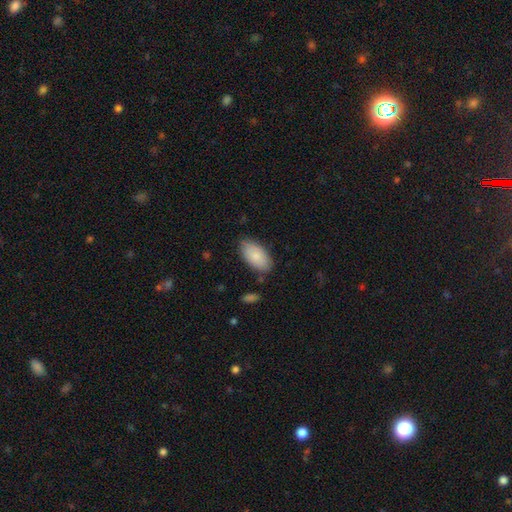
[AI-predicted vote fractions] smooth_or_featured: smooth (p=0.84) [alt: featured or disk p=0.10]
how_rounded: in between (p=0.95) [alt: round p=0.03]
merging: none (p=0.79) [alt: minor disturbance p=0.16]